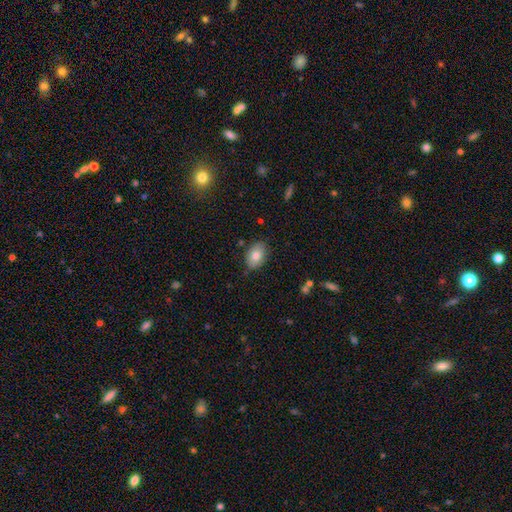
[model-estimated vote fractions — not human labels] The model was most divided on "merging": none: 82%, minor disturbance: 14%, major disturbance: 3%, merger: 2%. More confident: how rounded — in between (84%); smooth or featured — smooth (80%).